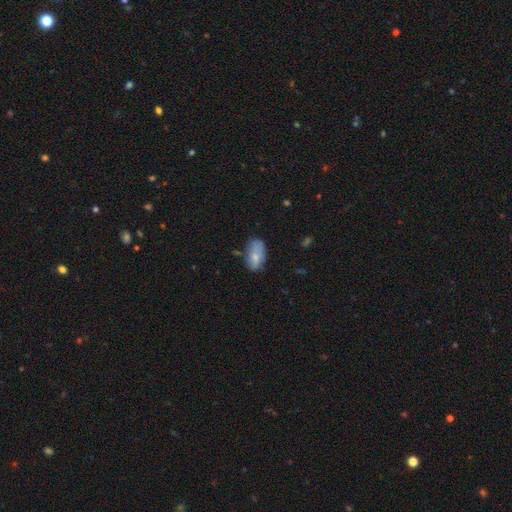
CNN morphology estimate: smooth_or_featured: smooth (p=0.73) [alt: featured or disk p=0.20]
how_rounded: in between (p=0.93) [alt: round p=0.04]
merging: none (p=0.57) [alt: minor disturbance p=0.30]